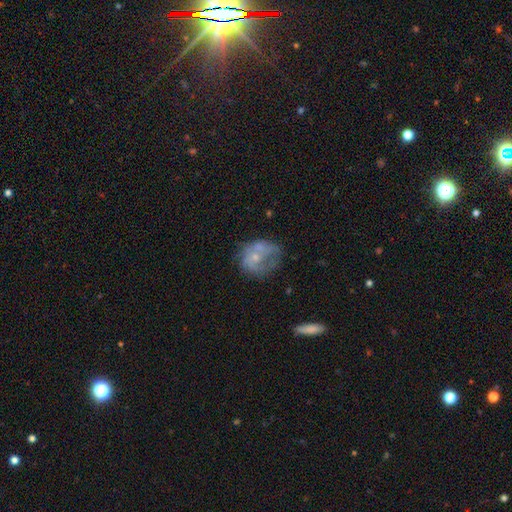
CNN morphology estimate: A featured or disk galaxy (54%) with no bar (80%), no spiral arms (50%, tied with yes) and a small central bulge (61%).

Vote fractions:
- Smooth or featured? featured or disk: 54% / smooth: 36% / star or artifact: 10%
- Edge-on disk? no: 97% / yes: 3%
- Bar? no: 80% / weak: 17% / strong: 3%
- Spiral arms? no: 50% (tied) / yes: 50% (tied)
- Bulge size? small: 61% / moderate: 28% / none: 8% / large: 2% / dominant: 1%
- Merging? none: 42% / minor disturbance: 26% / major disturbance: 26% / merger: 6%